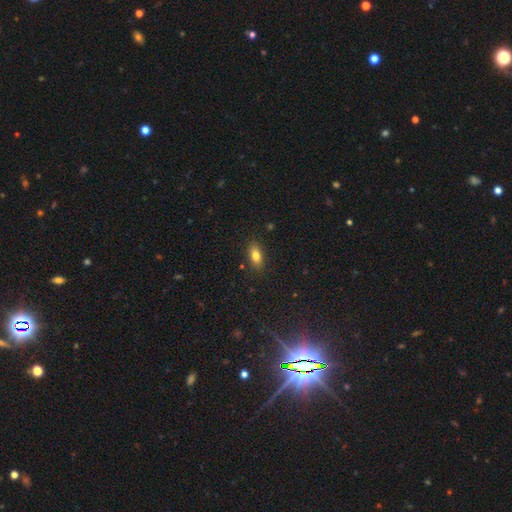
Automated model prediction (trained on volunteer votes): This is likely a smooth galaxy (80%). How rounded: clearly in between (85%). Merging: clearly none (86%).